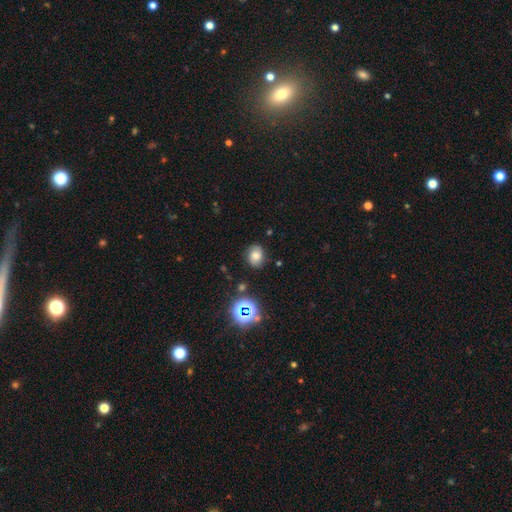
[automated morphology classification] Smooth or featured?
  - smooth: 65% *
  - featured or disk: 18%
  - star or artifact: 18%
How rounded?
  - round: 57% *
  - in between: 42%
  - cigar-shaped: 1%
Merging?
  - none: 82% *
  - minor disturbance: 13%
  - major disturbance: 3%
  - merger: 2%